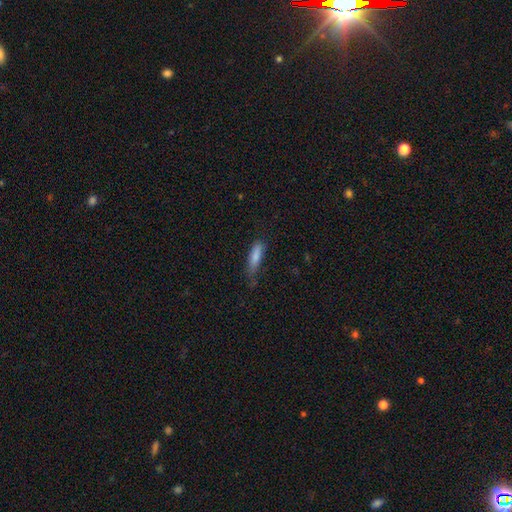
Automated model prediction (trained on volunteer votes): Smooth or featured? Predicted: smooth (p=0.83). How rounded? Predicted: cigar-shaped (p=0.63). Merging? Predicted: none (p=0.58).